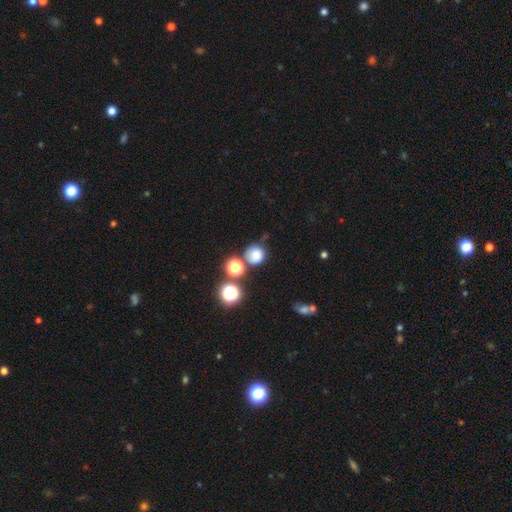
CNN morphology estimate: smooth_or_featured: smooth (p=0.78) [alt: star or artifact p=0.15]
how_rounded: round (p=0.89) [alt: in between p=0.10]
merging: none (p=0.69) [alt: merger p=0.14]